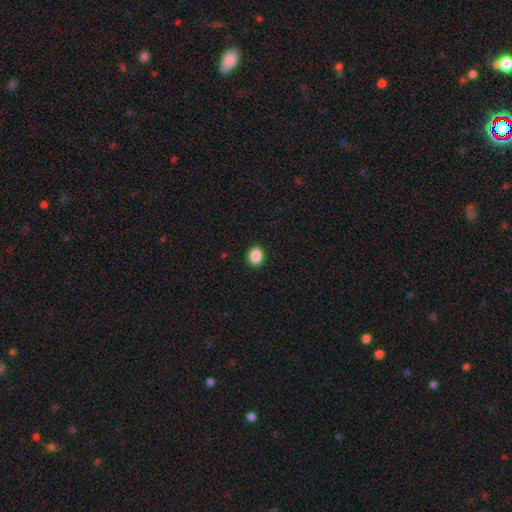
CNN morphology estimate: Smooth or featured? Predicted: smooth (p=0.89). How rounded? Predicted: round (p=0.50). Merging? Predicted: none (p=0.91).